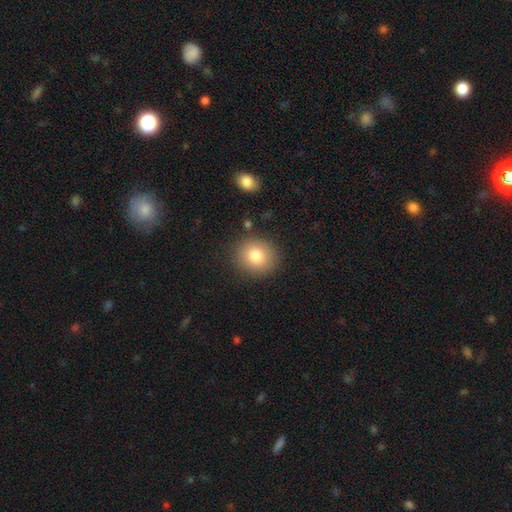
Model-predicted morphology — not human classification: type=smooth (80%); roundness=round (82%); merging=none (86%).